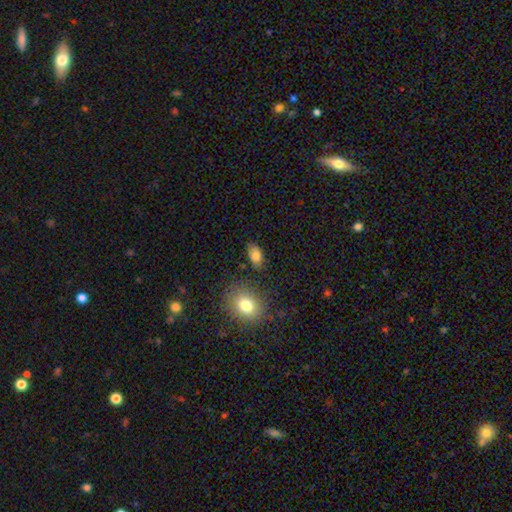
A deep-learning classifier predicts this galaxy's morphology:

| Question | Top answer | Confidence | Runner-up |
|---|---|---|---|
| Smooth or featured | smooth | 81% | star or artifact (9%) |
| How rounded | in between | 90% | round (7%) |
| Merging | none | 78% | minor disturbance (15%) |